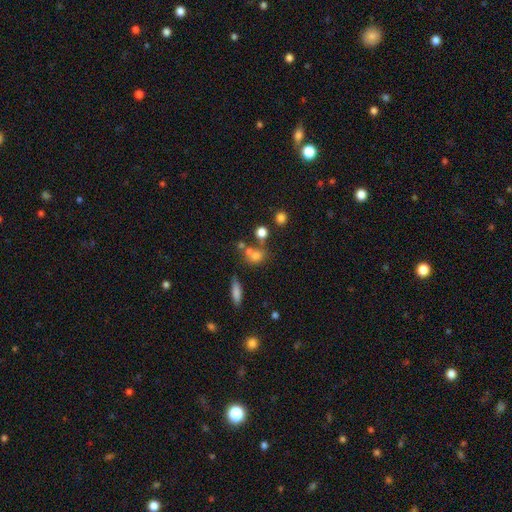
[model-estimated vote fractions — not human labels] This is likely a smooth galaxy (70%). How rounded: possibly round (59%). Merging: possibly none (45%).